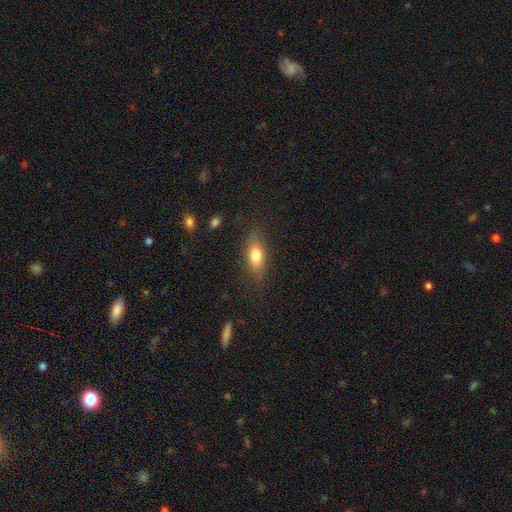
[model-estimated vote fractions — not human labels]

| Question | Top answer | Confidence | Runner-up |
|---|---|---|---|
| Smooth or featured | smooth | 74% | featured or disk (18%) |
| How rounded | in between | 75% | cigar-shaped (18%) |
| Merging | none | 81% | minor disturbance (14%) |